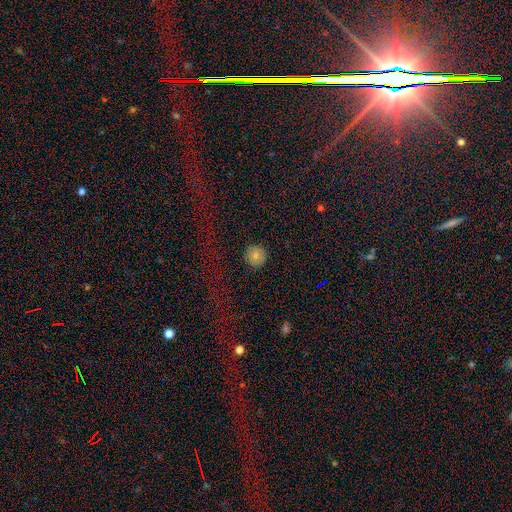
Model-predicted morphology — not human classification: smooth 79%, star or artifact 11%, featured or disk 9%. Down the decision tree: how rounded — round (94%); merging — none (89%).